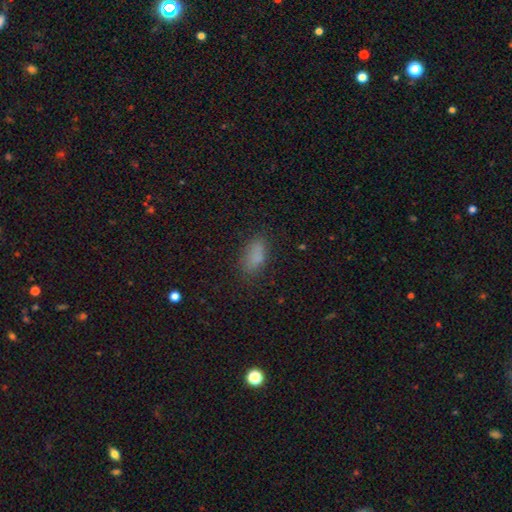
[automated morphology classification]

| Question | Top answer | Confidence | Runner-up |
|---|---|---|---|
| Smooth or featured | smooth | 81% | star or artifact (12%) |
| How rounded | in between | 87% | cigar-shaped (8%) |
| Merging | none | 75% | minor disturbance (17%) |